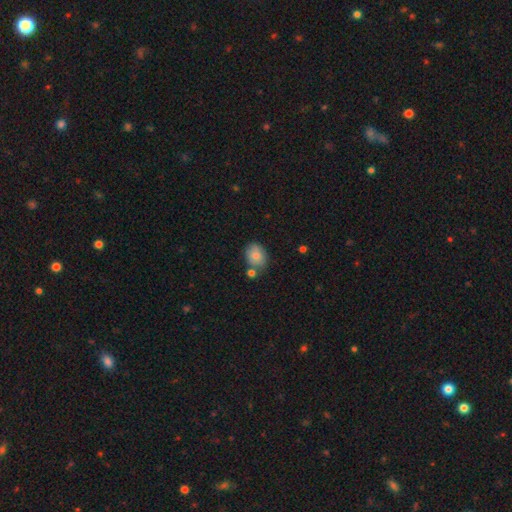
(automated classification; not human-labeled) This appears to be a smooth galaxy with no disk features (81%) that is in between round and cigar-shaped (64%). Merging: none (64%).